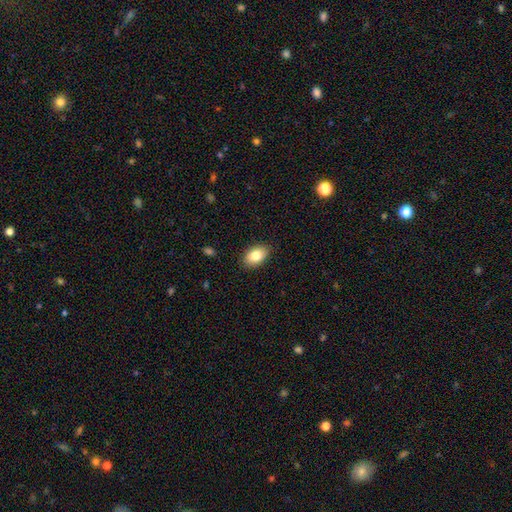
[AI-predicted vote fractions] Q: Smooth or featured?
A: smooth (82%); runner-up: featured or disk (10%)
Q: How rounded?
A: in between (88%); runner-up: round (11%)
Q: Merging?
A: none (87%); runner-up: minor disturbance (10%)